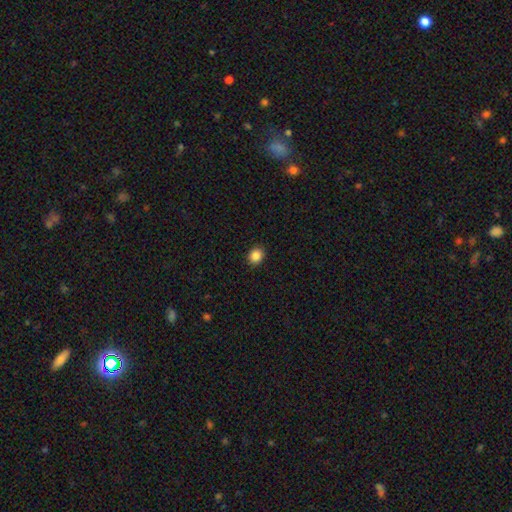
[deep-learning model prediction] smooth_or_featured: smooth (p=0.86) [alt: star or artifact p=0.10]
how_rounded: round (p=0.71) [alt: in between p=0.29]
merging: none (p=0.91) [alt: minor disturbance p=0.06]